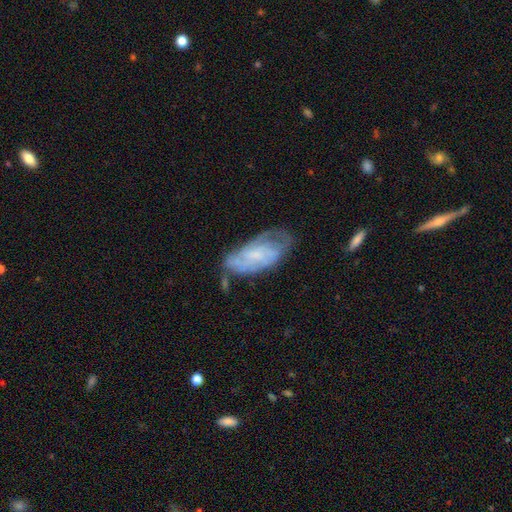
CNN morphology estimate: A featured or disk galaxy (60%) with no bar (60%), spiral arms (70%) and a small central bulge (43%).

Vote fractions:
- Smooth or featured? featured or disk: 60% / smooth: 32% / star or artifact: 8%
- Edge-on disk? no: 92% / yes: 8%
- Bar? no: 60% / weak: 33% / strong: 8%
- Spiral arms? yes: 70% / no: 30%
- Bulge size? small: 43% / none: 32% / moderate: 20% / large: 3% / dominant: 1%
- Merging? none: 48% / minor disturbance: 31% / major disturbance: 17% / merger: 5%